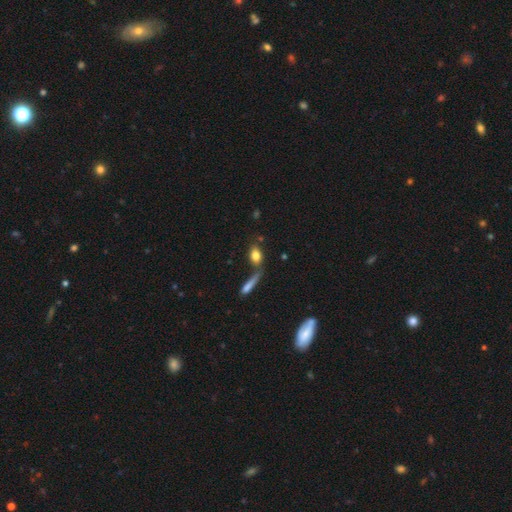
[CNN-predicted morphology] type=smooth (79%); roundness=in between (76%); merging=none (54%).